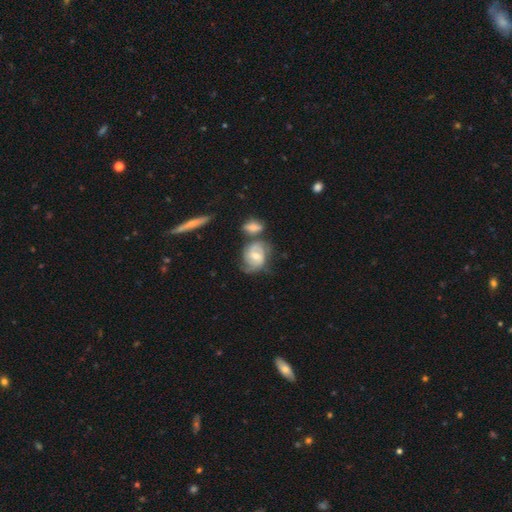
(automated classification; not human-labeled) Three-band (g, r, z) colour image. It shows a featured or disk galaxy (72%) with no bar (45%), 2 (62%) tight (45%) spiral arms (91%) and a moderate central bulge (59%). Merging: none (50%).